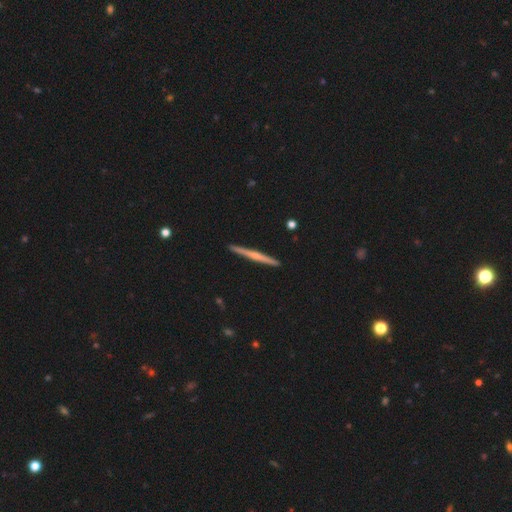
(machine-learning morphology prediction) Smooth or featured?
  - featured or disk: 65% *
  - smooth: 30%
  - star or artifact: 5%
Edge-on disk?
  - yes: 98% *
  - no: 2%
Edge-on bulge?
  - rounded: 54% *
  - none: 37%
  - boxy: 9%
Merging?
  - none: 93% *
  - minor disturbance: 5%
  - merger: 1%
  - major disturbance: 1%